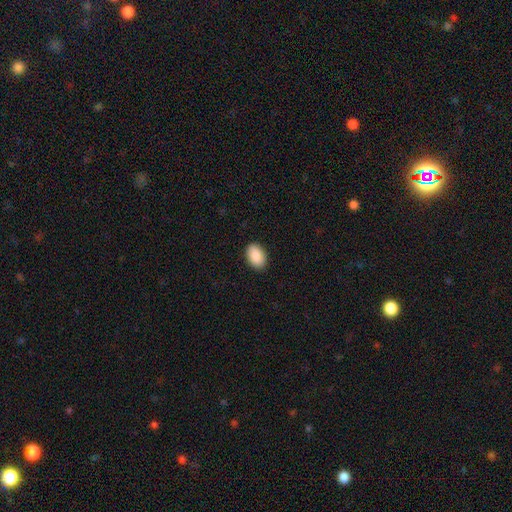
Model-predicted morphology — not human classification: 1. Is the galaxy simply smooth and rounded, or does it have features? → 90% smooth, 6% star or artifact, 4% featured or disk.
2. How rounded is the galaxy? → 89% in between, 10% round, 1% cigar-shaped.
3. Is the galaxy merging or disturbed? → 90% none, 7% minor disturbance, 2% major disturbance, 1% merger.